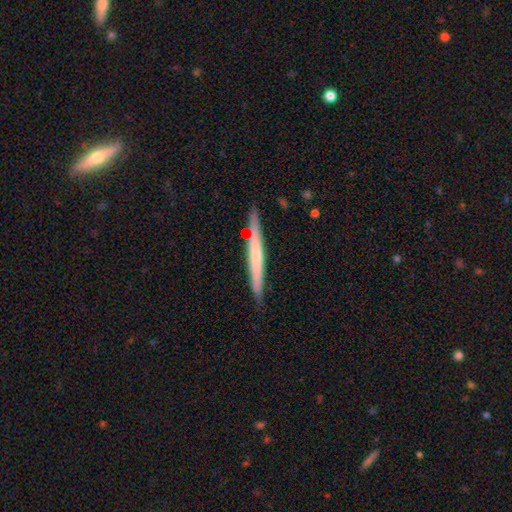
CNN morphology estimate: This is possibly a featured or disk galaxy (48%). Merging: likely none (79%).